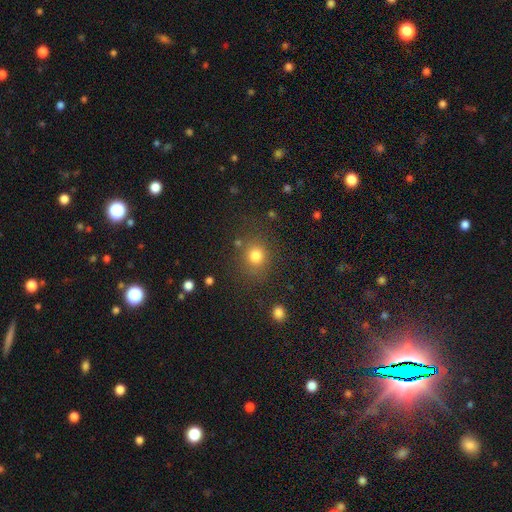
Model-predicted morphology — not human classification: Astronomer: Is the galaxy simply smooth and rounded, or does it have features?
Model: smooth — 79%.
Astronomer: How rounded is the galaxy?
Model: round — 78%.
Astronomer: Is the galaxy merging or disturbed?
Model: none — 78%.